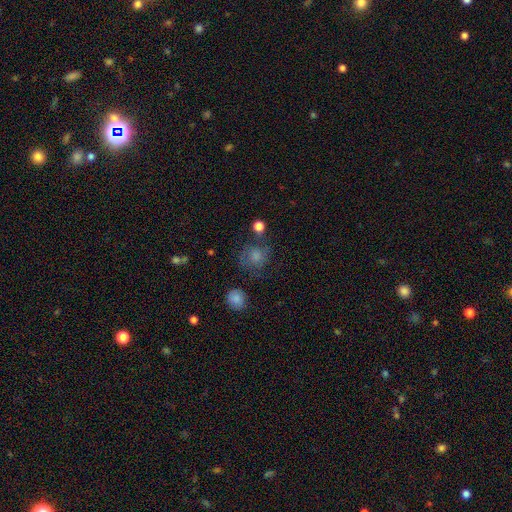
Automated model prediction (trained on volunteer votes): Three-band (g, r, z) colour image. It shows a featured or disk galaxy (39%). Merging: none (69%).